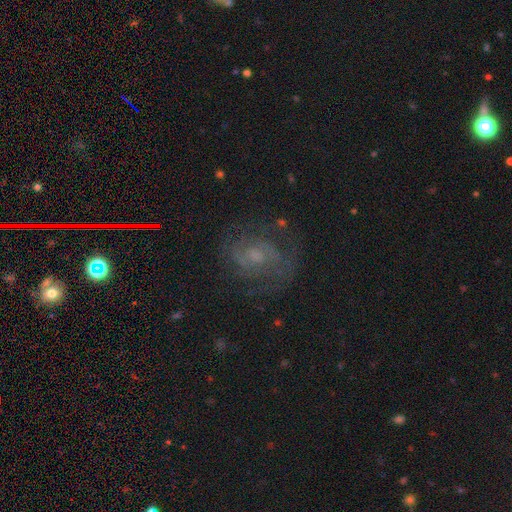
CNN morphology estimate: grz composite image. It shows a featured or disk galaxy (58%) with no bar (62%), spiral arms (81%) and a small central bulge (40%). Merging: none (68%).